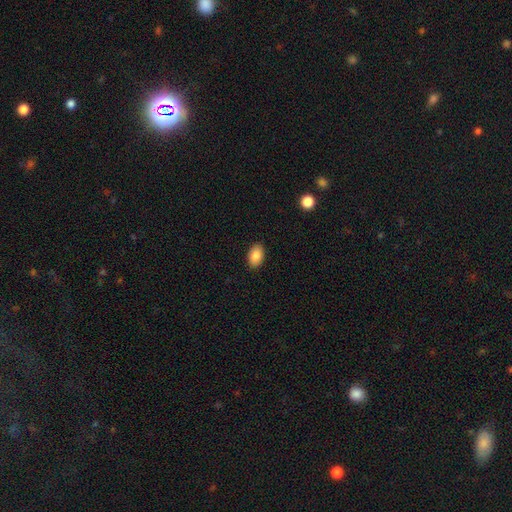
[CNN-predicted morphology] Overall: smooth (87%). How rounded: in between (91%). Merging: none (89%).